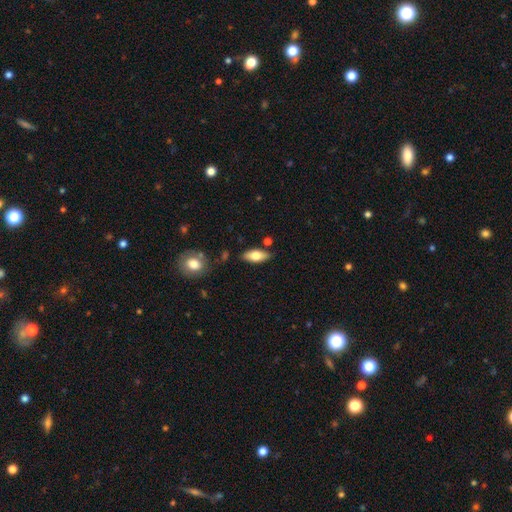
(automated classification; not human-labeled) This appears to be a smooth galaxy with no disk features (71%) that is in between round and cigar-shaped (82%). Merging: none (80%).